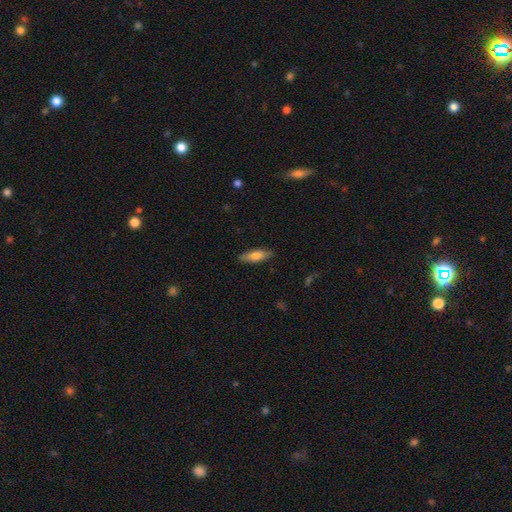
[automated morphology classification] The model was most divided on "how rounded": in between: 55%, cigar-shaped: 43%, round: 2%. More confident: merging — none (86%); smooth or featured — smooth (74%).